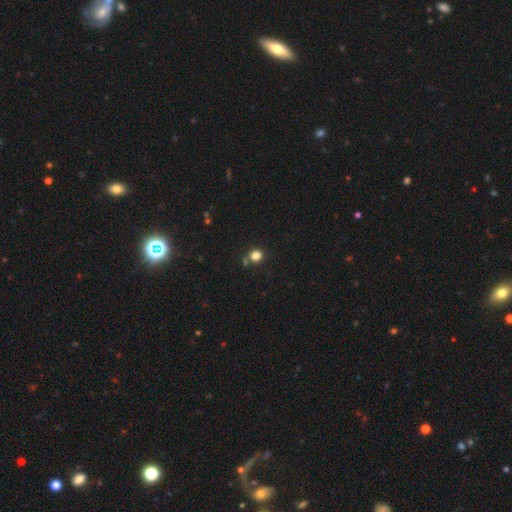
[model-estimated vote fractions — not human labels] Smooth or featured? Predicted: smooth (p=0.81). How rounded? Predicted: round (p=0.77). Merging? Predicted: none (p=0.72).